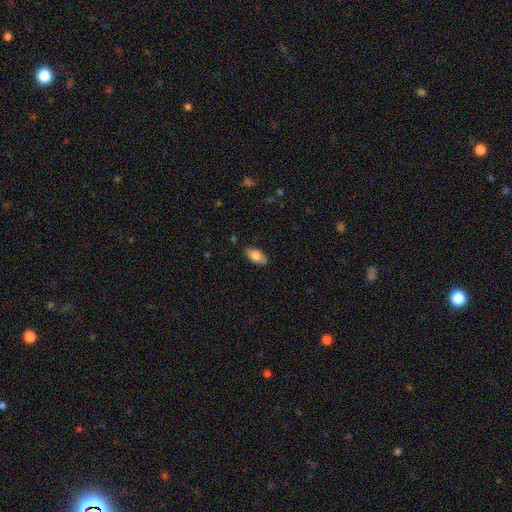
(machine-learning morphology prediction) This appears to be a smooth galaxy with no disk features (81%) that is in between round and cigar-shaped (92%). Merging: none (86%).